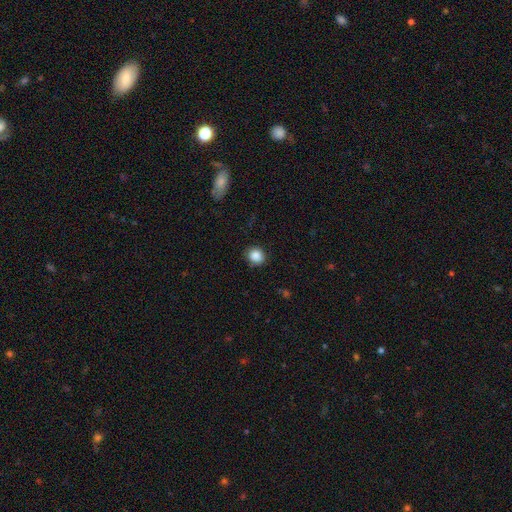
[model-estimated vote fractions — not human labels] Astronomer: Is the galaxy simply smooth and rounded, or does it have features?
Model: smooth — 87%.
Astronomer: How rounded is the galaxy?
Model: round — 78%.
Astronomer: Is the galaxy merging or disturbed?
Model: none — 84%.